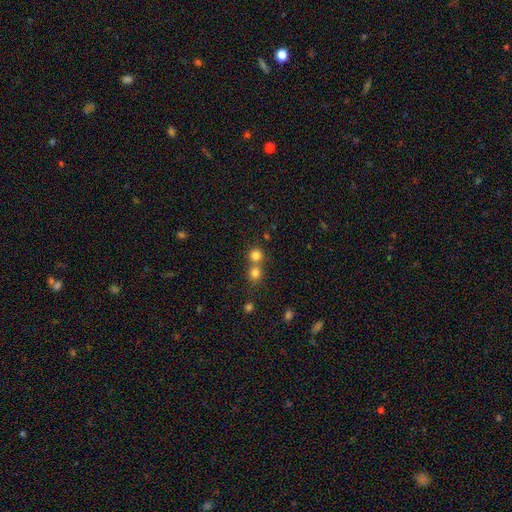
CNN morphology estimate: Q: Smooth or featured?
A: smooth (79%); runner-up: star or artifact (15%)
Q: How rounded?
A: round (90%); runner-up: in between (9%)
Q: Merging?
A: none (53%); runner-up: merger (40%)